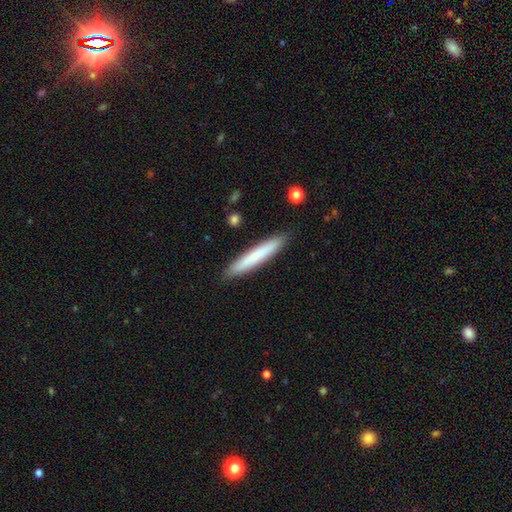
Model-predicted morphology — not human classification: Q: Smooth or featured?
A: smooth (75%); runner-up: featured or disk (19%)
Q: How rounded?
A: cigar-shaped (94%); runner-up: in between (5%)
Q: Merging?
A: none (90%); runner-up: minor disturbance (7%)